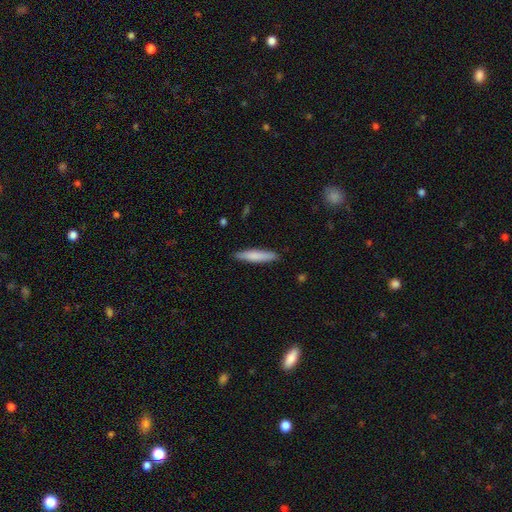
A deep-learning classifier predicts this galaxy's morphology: This appears to be a smooth galaxy with no disk features (79%) that is cigar-shaped (88%). Merging: none (89%).